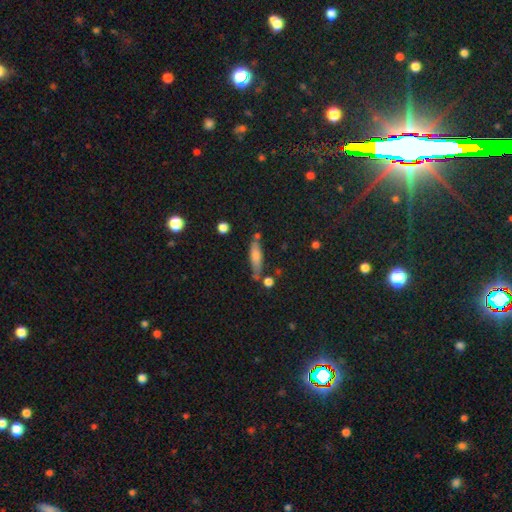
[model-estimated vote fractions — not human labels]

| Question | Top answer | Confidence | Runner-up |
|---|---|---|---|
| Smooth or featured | smooth | 68% | featured or disk (24%) |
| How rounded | cigar-shaped | 56% | in between (40%) |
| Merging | none | 62% | minor disturbance (20%) |